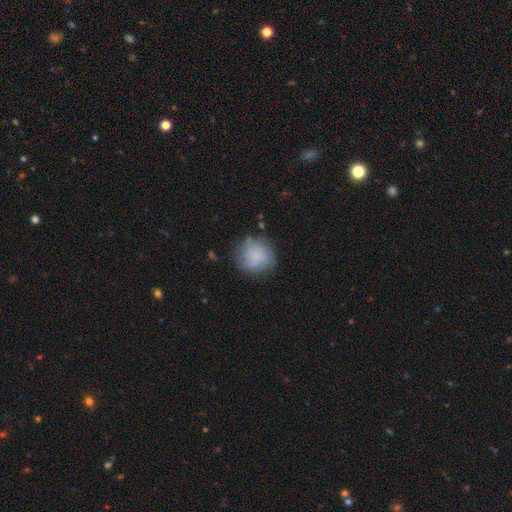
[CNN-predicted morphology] smooth_or_featured: smooth (p=0.67) [alt: featured or disk p=0.24]
how_rounded: round (p=0.87) [alt: in between p=0.12]
merging: none (p=0.69) [alt: minor disturbance p=0.20]